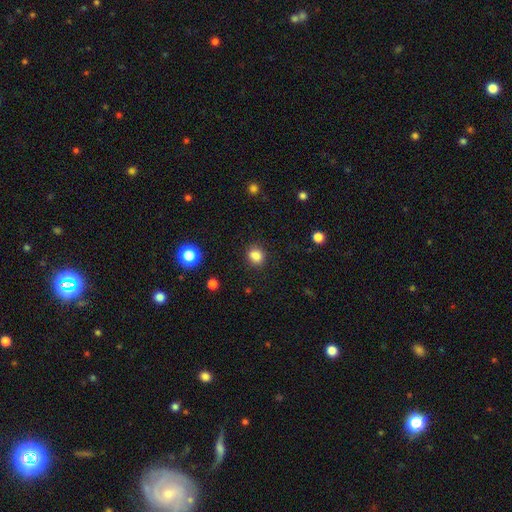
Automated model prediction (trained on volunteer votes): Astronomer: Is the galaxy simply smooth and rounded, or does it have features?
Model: smooth — 84%.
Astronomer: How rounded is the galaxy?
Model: round — 67%.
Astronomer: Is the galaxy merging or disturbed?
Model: none — 81%.